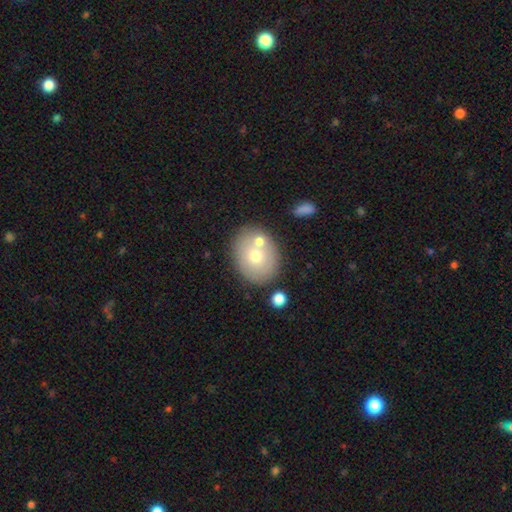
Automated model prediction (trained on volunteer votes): Smooth or featured: smooth — 64% (featured or disk — 27%)
How rounded: round — 52% (in between — 47%)
Merging: none — 67% (merger — 18%)